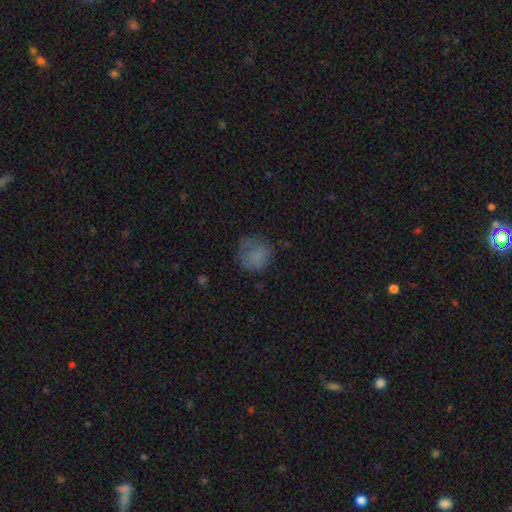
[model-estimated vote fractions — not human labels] smooth 74%, featured or disk 13%, star or artifact 13%. Down the decision tree: how rounded — round (80%); merging — none (62%).